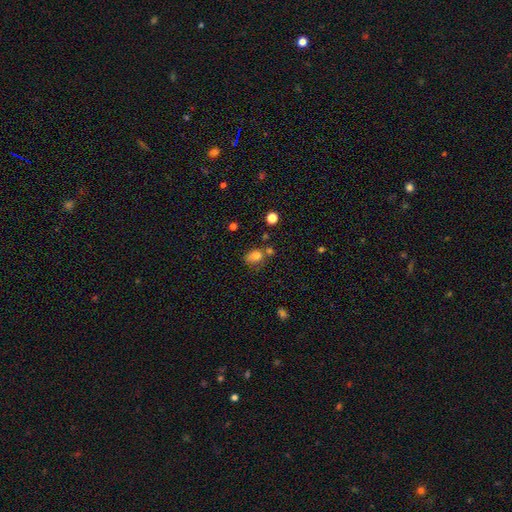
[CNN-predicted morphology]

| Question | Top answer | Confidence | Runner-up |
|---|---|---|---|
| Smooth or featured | smooth | 78% | star or artifact (13%) |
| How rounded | in between | 58% | round (41%) |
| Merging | none | 50% | minor disturbance (22%) |